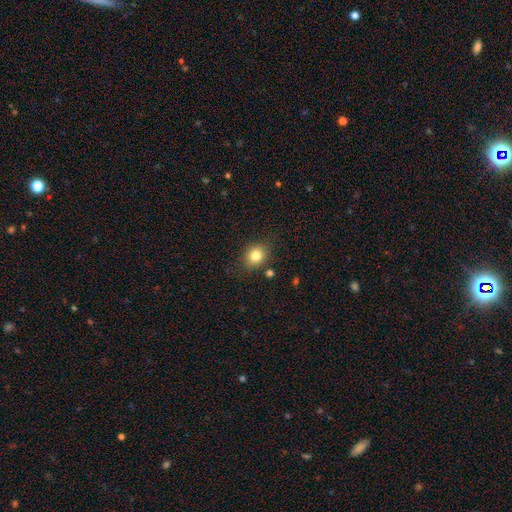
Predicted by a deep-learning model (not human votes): Overall: smooth (81%). How rounded: round (61%; in between 38%). Merging: none (80%).